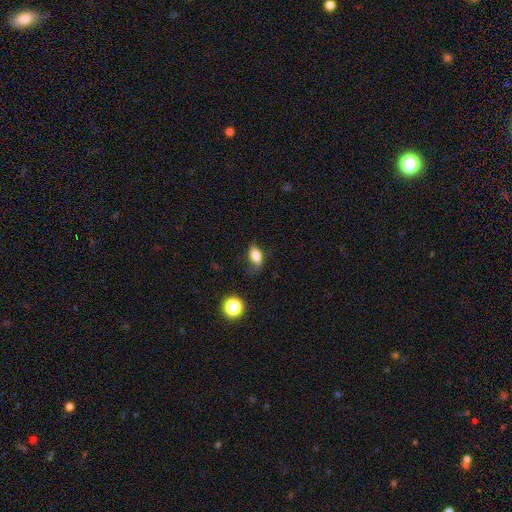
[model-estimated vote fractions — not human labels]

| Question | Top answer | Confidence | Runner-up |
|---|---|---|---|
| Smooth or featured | smooth | 79% | featured or disk (11%) |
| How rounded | in between | 84% | round (10%) |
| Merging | none | 62% | minor disturbance (27%) |